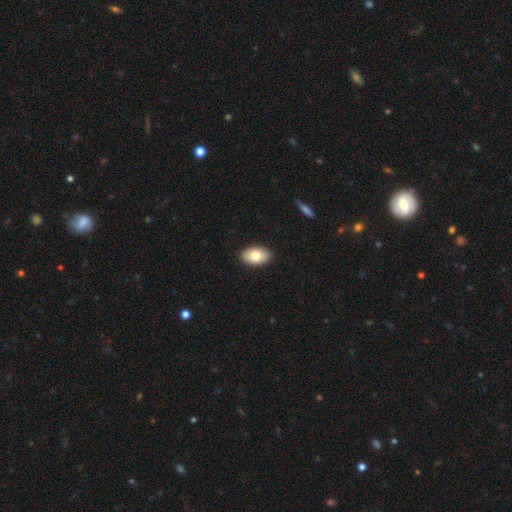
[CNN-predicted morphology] type=smooth (78%); roundness=in between (93%); merging=none (91%).